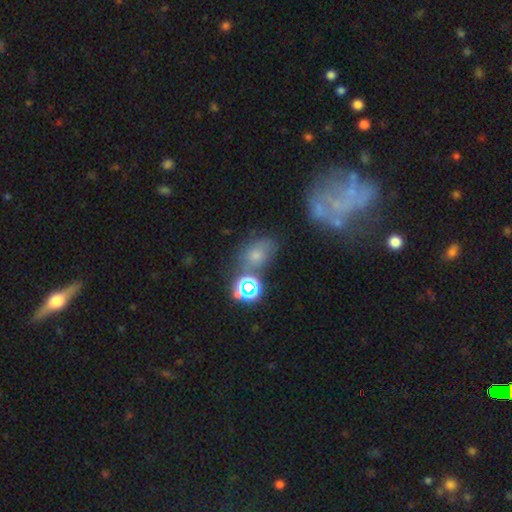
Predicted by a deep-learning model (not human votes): Smooth or featured?
  - smooth: 59% *
  - star or artifact: 26%
  - featured or disk: 15%
How rounded?
  - in between: 69% *
  - round: 30%
  - cigar-shaped: 2%
Merging?
  - none: 51% *
  - minor disturbance: 21%
  - merger: 18%
  - major disturbance: 10%